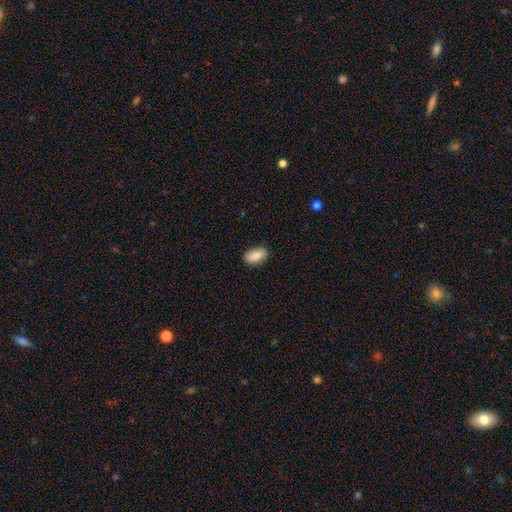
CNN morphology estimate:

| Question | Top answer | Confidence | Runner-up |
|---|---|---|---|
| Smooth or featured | smooth | 84% | featured or disk (9%) |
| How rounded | in between | 92% | round (5%) |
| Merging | none | 87% | minor disturbance (10%) |